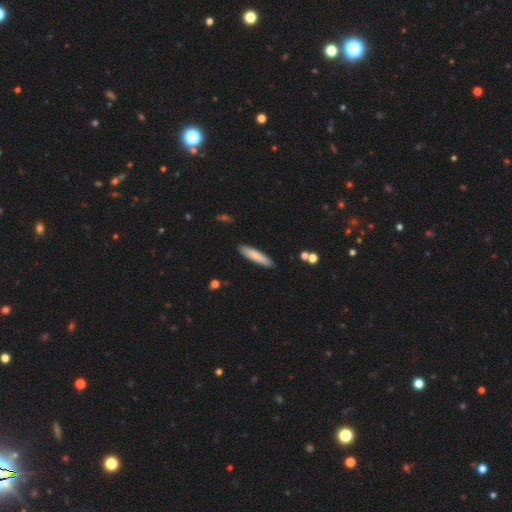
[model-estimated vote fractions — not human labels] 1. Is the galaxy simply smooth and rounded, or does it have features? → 80% smooth, 14% featured or disk, 6% star or artifact.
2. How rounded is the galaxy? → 84% cigar-shaped, 15% in between, 1% round.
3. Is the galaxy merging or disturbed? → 89% none, 8% minor disturbance, 2% major disturbance, 1% merger.